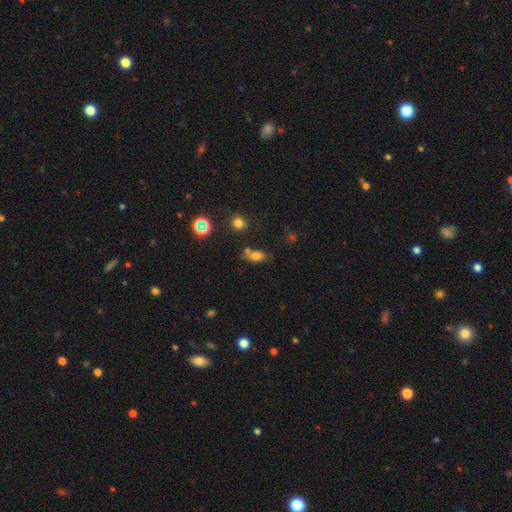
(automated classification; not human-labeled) This appears to be a smooth galaxy with no disk features (68%) that is in between round and cigar-shaped (78%). Merging: none (52%).